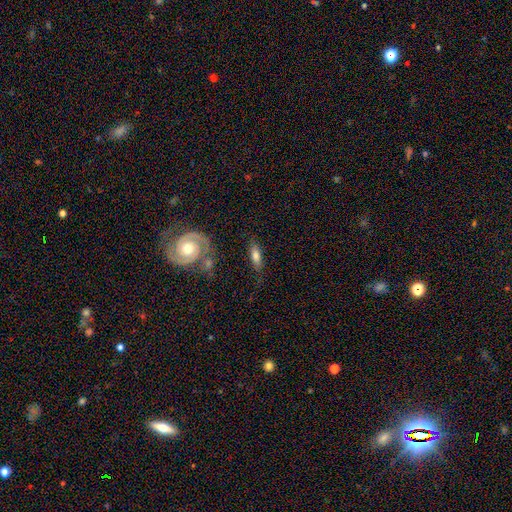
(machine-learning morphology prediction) type=smooth (59%); roundness=in between (56%); merging=none (70%).